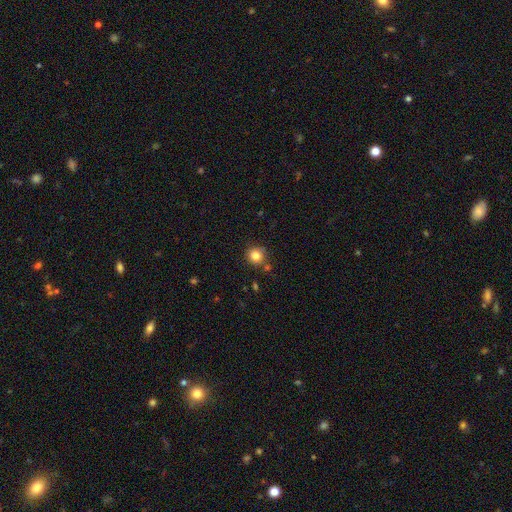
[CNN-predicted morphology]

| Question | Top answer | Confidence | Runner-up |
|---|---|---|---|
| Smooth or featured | smooth | 83% | star or artifact (11%) |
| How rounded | round | 91% | in between (8%) |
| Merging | none | 80% | minor disturbance (11%) |